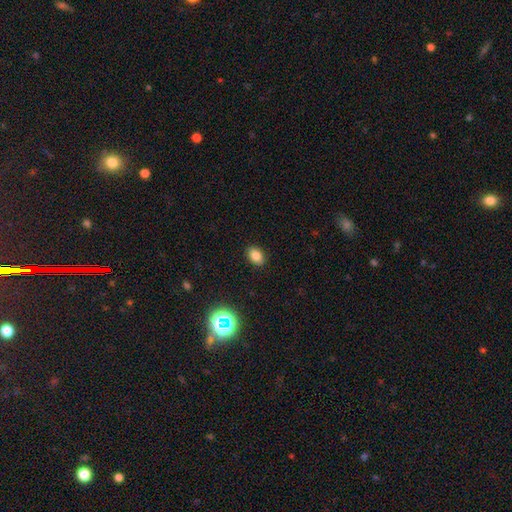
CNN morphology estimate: Smooth or featured? smooth (82%)
How rounded? in between (83%)
Merging? none (89%)